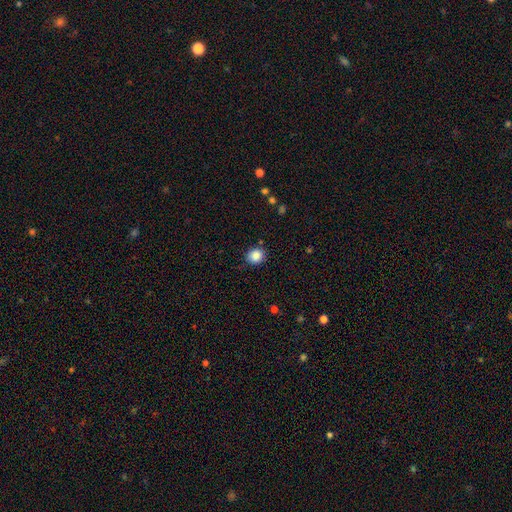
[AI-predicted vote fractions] Morphology: type=smooth (87%); roundness=round (80%); merging=none (81%).